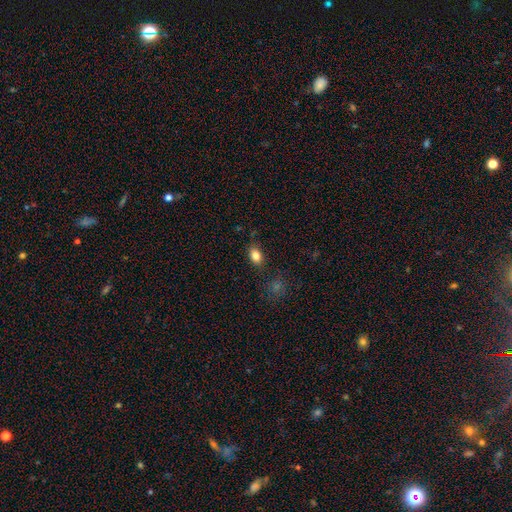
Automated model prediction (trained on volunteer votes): Morphology: type=smooth (84%); roundness=in between (82%); merging=none (81%).